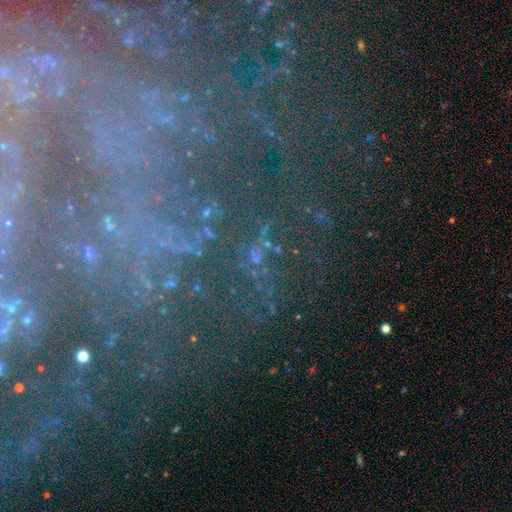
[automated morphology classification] smooth_or_featured: star or artifact (p=0.62) [alt: featured or disk p=0.21]